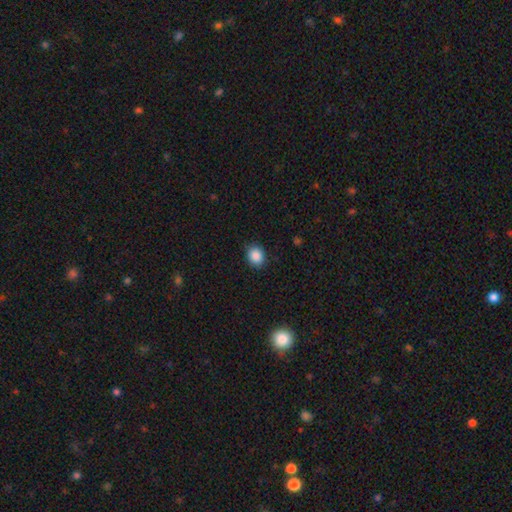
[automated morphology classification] smooth_or_featured: smooth (p=0.87) [alt: star or artifact p=0.09]
how_rounded: round (p=0.63) [alt: in between p=0.36]
merging: none (p=0.87) [alt: minor disturbance p=0.10]